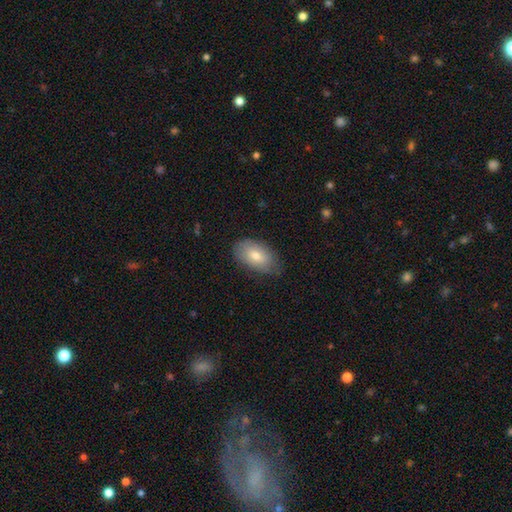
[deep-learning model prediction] Smooth or featured: smooth — 73% (featured or disk — 20%)
How rounded: in between — 92% (round — 6%)
Merging: none — 77% (minor disturbance — 19%)